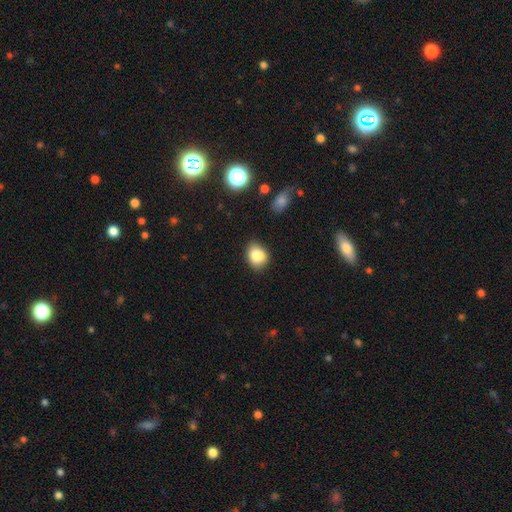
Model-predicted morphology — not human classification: Overall: smooth (85%). How rounded: in between (58%; round 41%). Merging: none (71%).